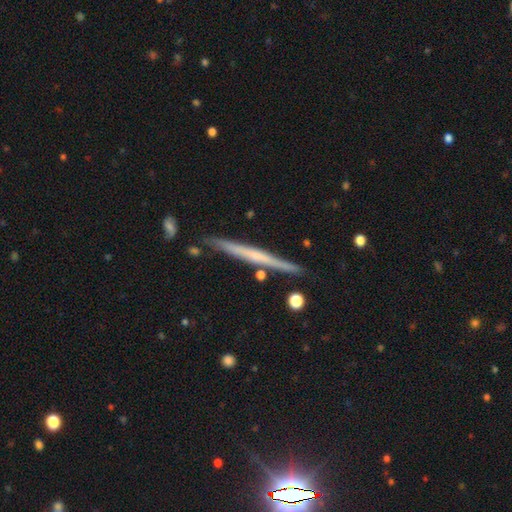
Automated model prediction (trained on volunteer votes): Smooth or featured? Predicted: featured or disk (p=0.60). Edge-on disk? Predicted: yes (p=0.98). Edge-on bulge? Predicted: none (p=0.70). Merging? Predicted: none (p=0.87).